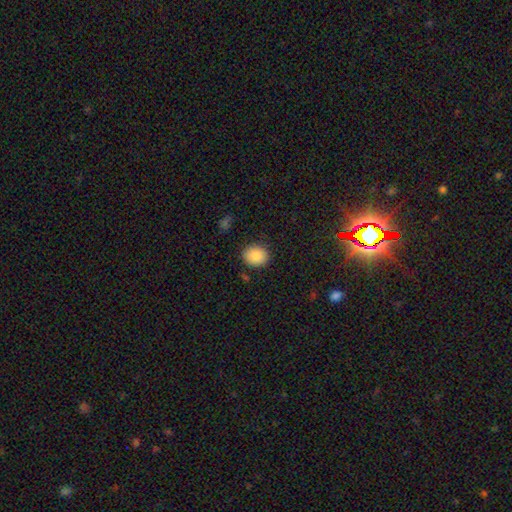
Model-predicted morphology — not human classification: smooth-or-featured: smooth: 87% | star or artifact: 8% | featured or disk: 5%
  how-rounded: round: 65% | in between: 34% | cigar-shaped: 1%
  merging: none: 87% | minor disturbance: 9% | major disturbance: 2% | merger: 2%